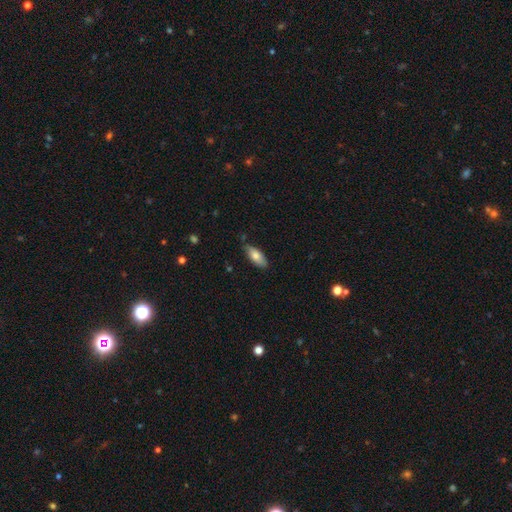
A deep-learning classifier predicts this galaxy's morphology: This appears to be a smooth galaxy with no disk features (77%) that is in between round and cigar-shaped (80%). Merging: none (75%).